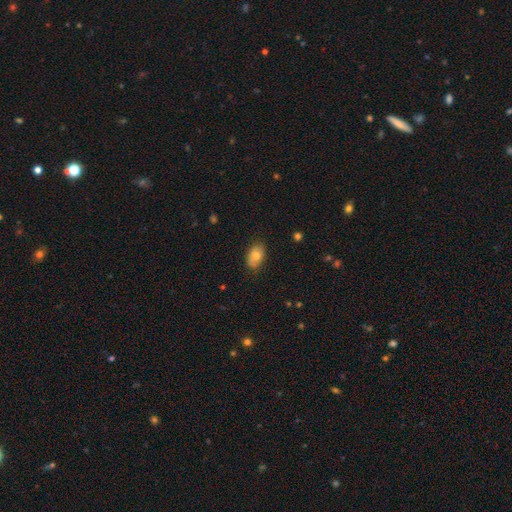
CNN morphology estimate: type=smooth (76%); roundness=in between (89%); merging=none (77%).